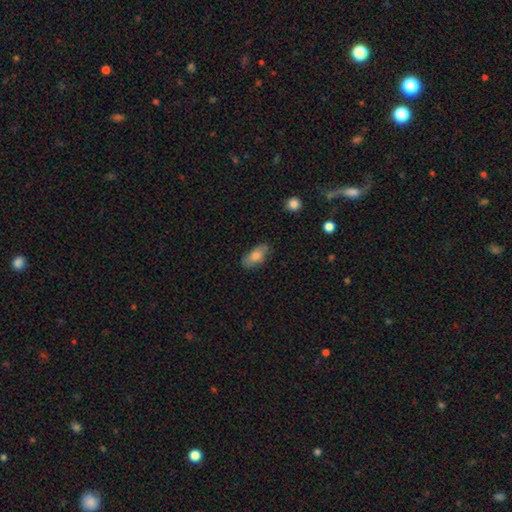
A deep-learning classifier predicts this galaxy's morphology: Overall: smooth (75%). How rounded: in between (86%). Merging: none (81%).